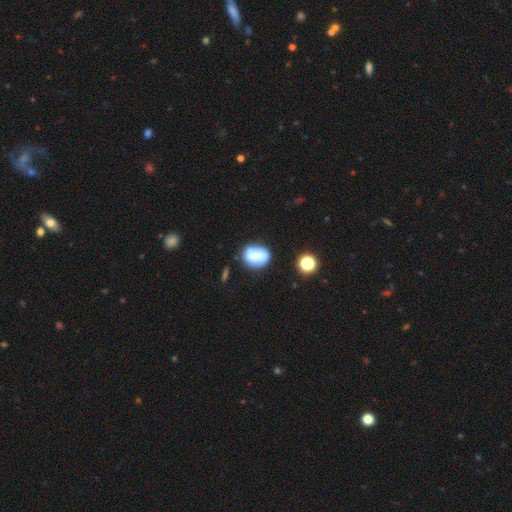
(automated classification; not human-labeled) A smooth galaxy with no disk features (52%) that is in between round and cigar-shaped (52%). Merging: none (60%).